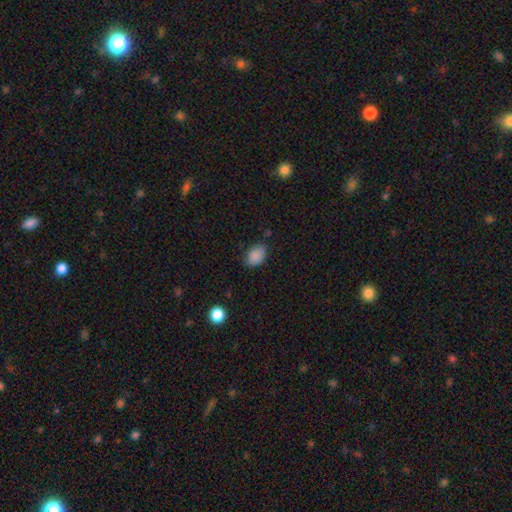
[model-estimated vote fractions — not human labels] This is clearly a smooth galaxy (87%). How rounded: clearly in between (80%). Merging: likely none (68%).